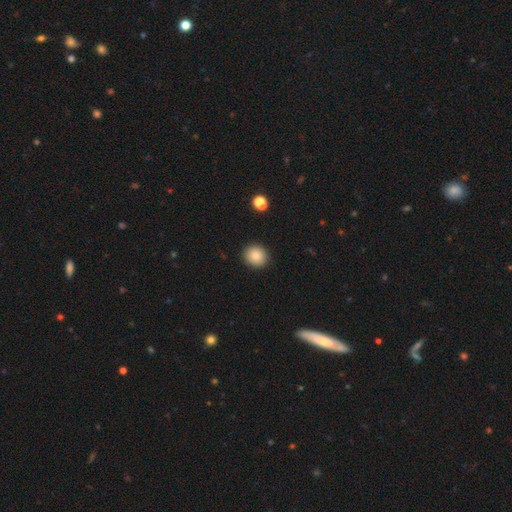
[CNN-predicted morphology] smooth_or_featured: smooth (p=0.86) [alt: star or artifact p=0.09]
how_rounded: round (p=0.88) [alt: in between p=0.11]
merging: none (p=0.91) [alt: minor disturbance p=0.06]